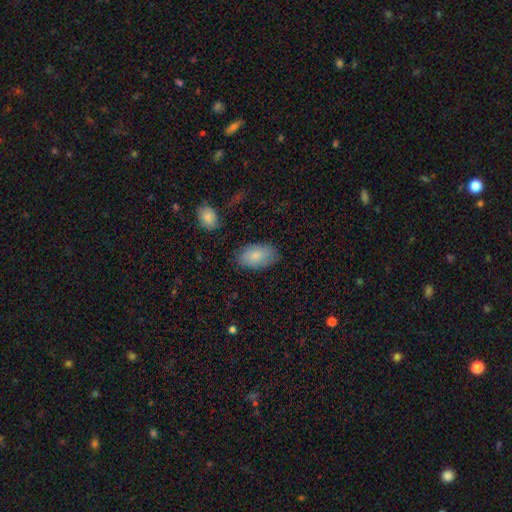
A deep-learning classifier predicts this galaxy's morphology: smooth 84%, featured or disk 10%, star or artifact 6%. Down the decision tree: how rounded — in between (94%); merging — none (82%).